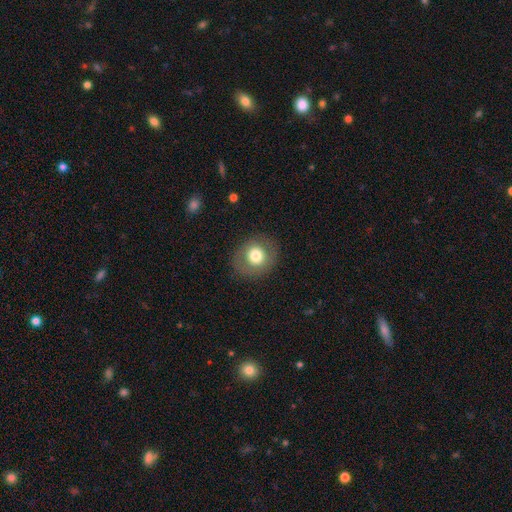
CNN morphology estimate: smooth_or_featured: smooth (p=0.73) [alt: featured or disk p=0.19]
how_rounded: round (p=0.78) [alt: in between p=0.21]
merging: none (p=0.85) [alt: minor disturbance p=0.09]